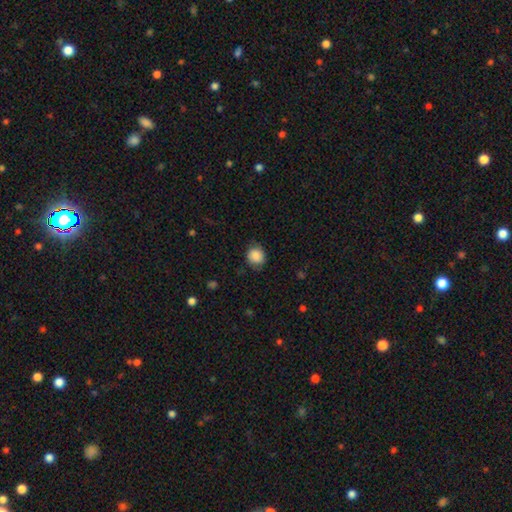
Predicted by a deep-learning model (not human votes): Smooth or featured: smooth — 87% (star or artifact — 8%)
How rounded: round — 80% (in between — 19%)
Merging: none — 78% (minor disturbance — 17%)